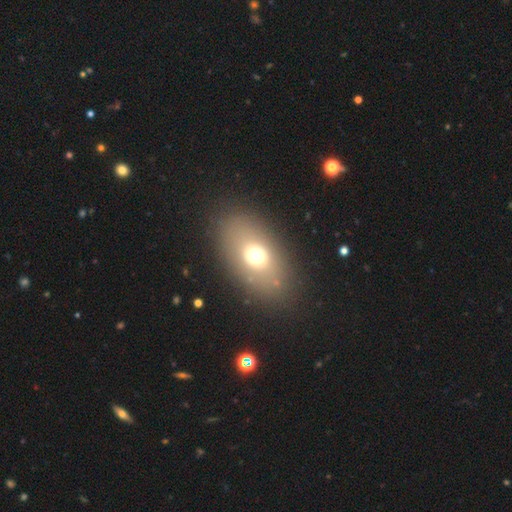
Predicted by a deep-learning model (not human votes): Smooth or featured?
  - smooth: 64% *
  - featured or disk: 21%
  - star or artifact: 15%
How rounded?
  - in between: 78% *
  - round: 20%
  - cigar-shaped: 2%
Merging?
  - none: 83% *
  - minor disturbance: 9%
  - major disturbance: 6%
  - merger: 2%